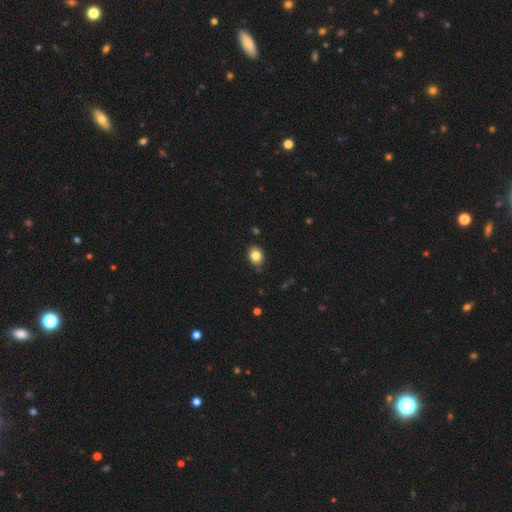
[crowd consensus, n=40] Smooth or featured? 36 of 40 (90%) said smooth. How rounded? 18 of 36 (50%) said in between. Merging? 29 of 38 (76%) said none.